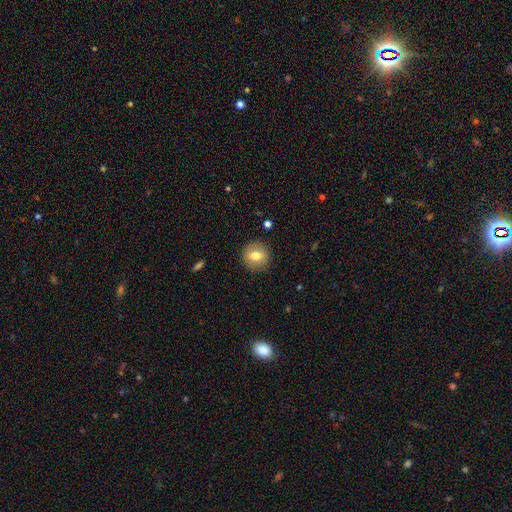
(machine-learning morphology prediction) This is likely a smooth galaxy (70%). How rounded: clearly round (85%). Merging: clearly none (89%).